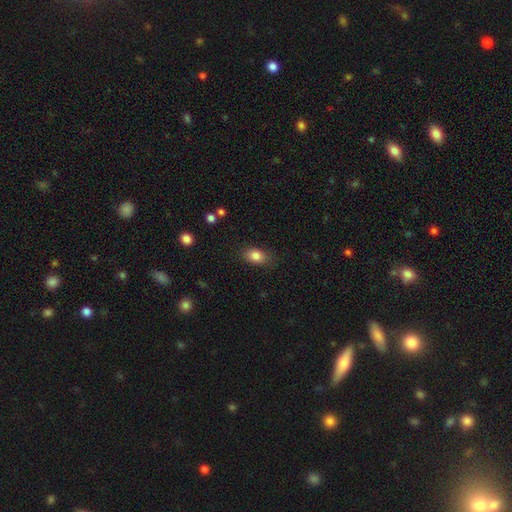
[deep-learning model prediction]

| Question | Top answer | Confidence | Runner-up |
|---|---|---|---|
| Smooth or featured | smooth | 83% | star or artifact (9%) |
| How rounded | in between | 83% | round (14%) |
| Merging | none | 82% | minor disturbance (14%) |